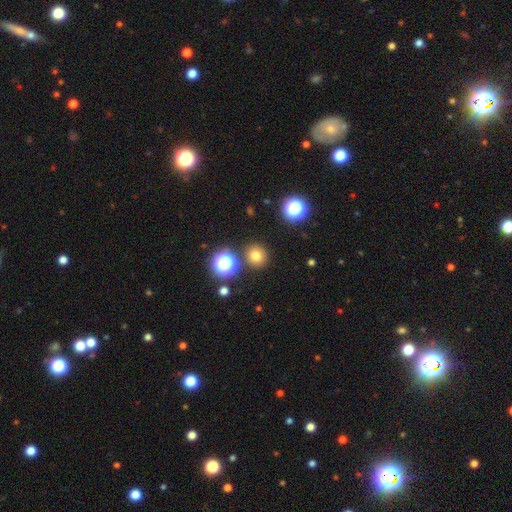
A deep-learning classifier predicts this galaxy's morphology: type=smooth (74%); roundness=round (90%); merging=none (85%).